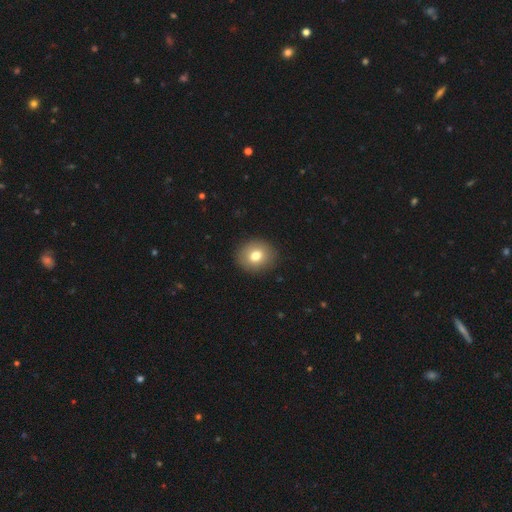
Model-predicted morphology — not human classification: Smooth or featured? Predicted: smooth (p=0.77). How rounded? Predicted: round (p=0.77). Merging? Predicted: none (p=0.90).